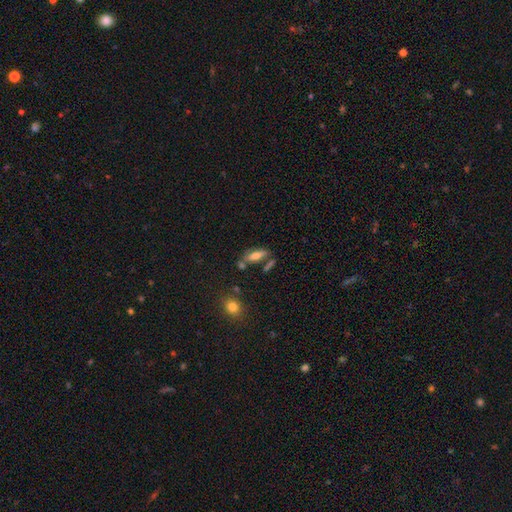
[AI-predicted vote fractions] Smooth or featured? Predicted: smooth (p=0.61). How rounded? Predicted: in between (p=0.53). Merging? Predicted: none (p=0.61).